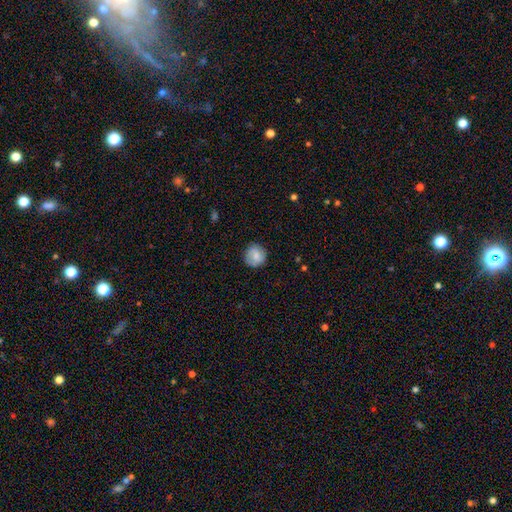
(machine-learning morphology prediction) This is likely a smooth galaxy (77%). How rounded: clearly round (91%). Merging: clearly none (84%).